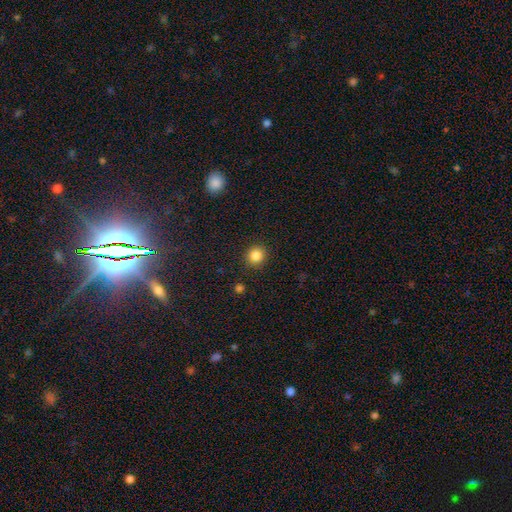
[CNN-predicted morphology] Q: Smooth or featured?
A: smooth (85%); runner-up: star or artifact (11%)
Q: How rounded?
A: round (89%); runner-up: in between (10%)
Q: Merging?
A: none (91%); runner-up: minor disturbance (6%)